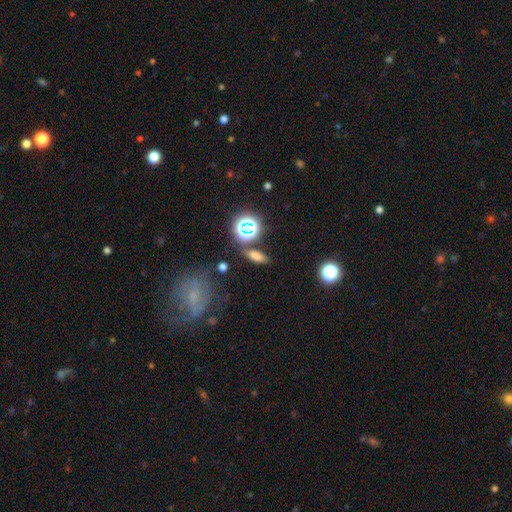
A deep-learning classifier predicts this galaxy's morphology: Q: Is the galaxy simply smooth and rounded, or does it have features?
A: smooth — 66%.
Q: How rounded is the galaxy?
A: in between — 63%.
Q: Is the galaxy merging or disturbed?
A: none — 77%.